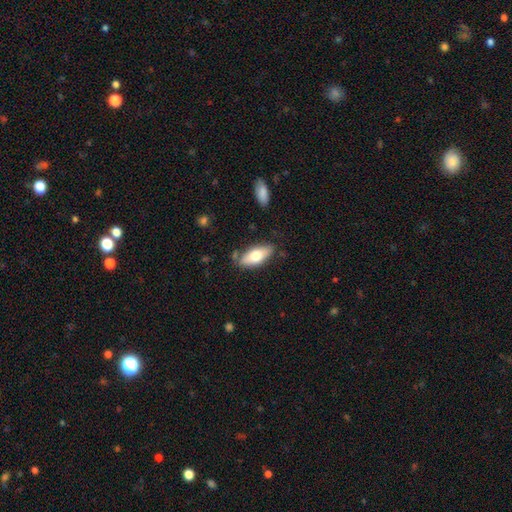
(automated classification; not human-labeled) Smooth or featured? smooth (70%)
How rounded? in between (83%)
Merging? none (78%)